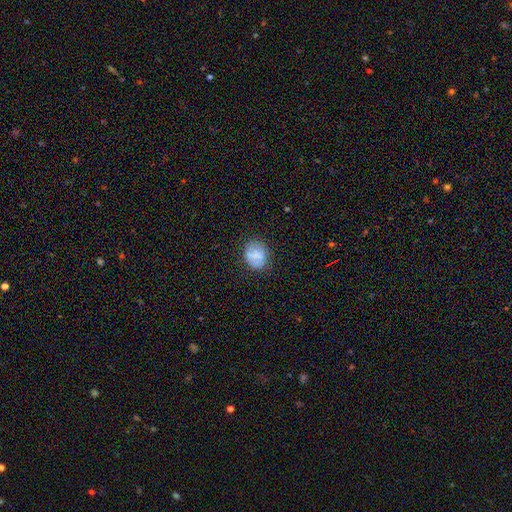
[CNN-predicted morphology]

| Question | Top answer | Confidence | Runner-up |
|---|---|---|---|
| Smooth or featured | smooth | 69% | featured or disk (20%) |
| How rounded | round | 55% | in between (43%) |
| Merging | none | 74% | minor disturbance (17%) |